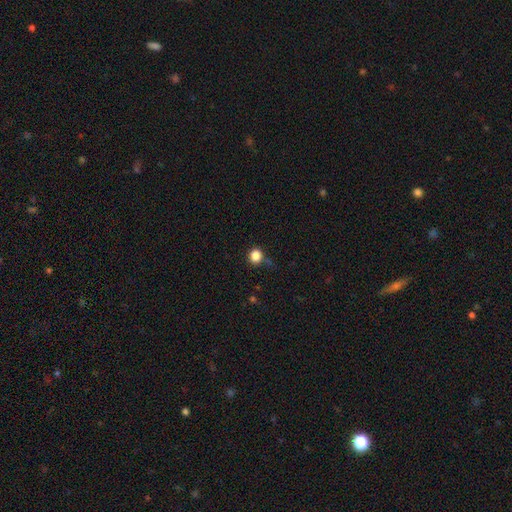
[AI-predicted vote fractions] Overall: smooth (85%). How rounded: round (88%). Merging: none (78%).